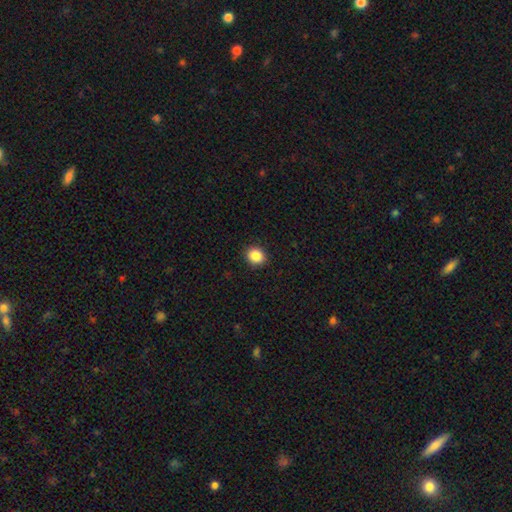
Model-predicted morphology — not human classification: type=smooth (87%); roundness=round (76%); merging=none (92%).